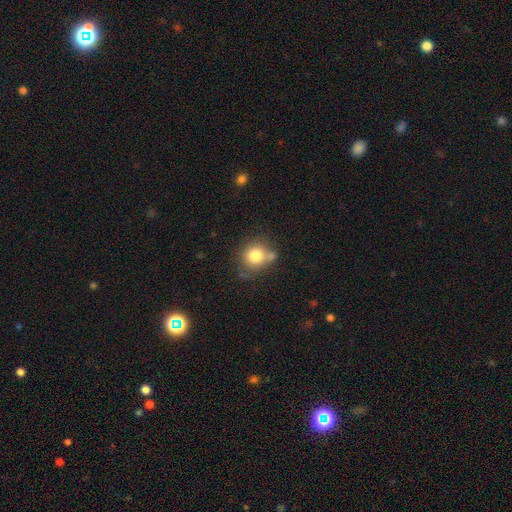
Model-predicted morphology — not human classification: Smooth or featured?
  - smooth: 79% *
  - featured or disk: 11%
  - star or artifact: 10%
How rounded?
  - round: 82% *
  - in between: 17%
  - cigar-shaped: 1%
Merging?
  - none: 58% *
  - minor disturbance: 19%
  - merger: 17%
  - major disturbance: 6%